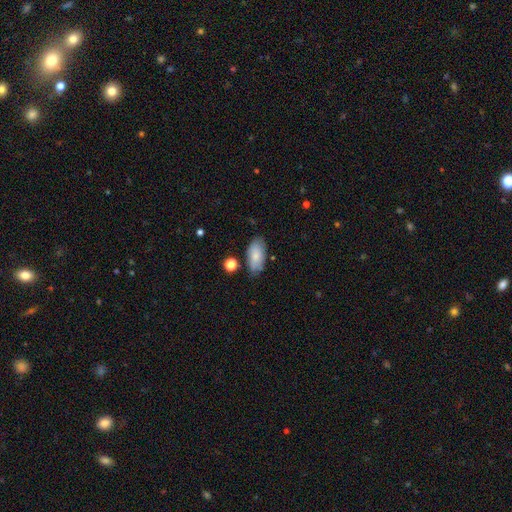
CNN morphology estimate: The model was most divided on "merging": none: 77%, minor disturbance: 16%, merger: 4%, major disturbance: 3%. More confident: how rounded — in between (91%); smooth or featured — smooth (77%).